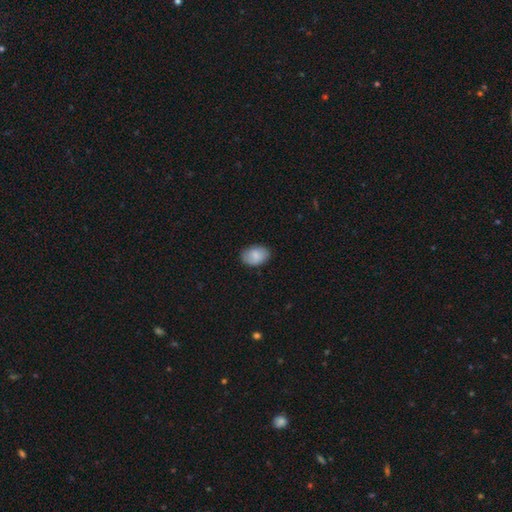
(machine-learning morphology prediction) Smooth or featured? Predicted: smooth (p=0.85). How rounded? Predicted: in between (p=0.85). Merging? Predicted: none (p=0.84).